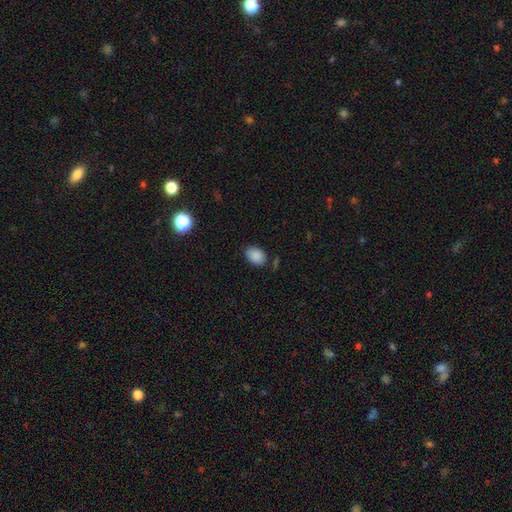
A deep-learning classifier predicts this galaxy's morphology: Overall: smooth (87%). How rounded: in between (75%). Merging: none (78%).